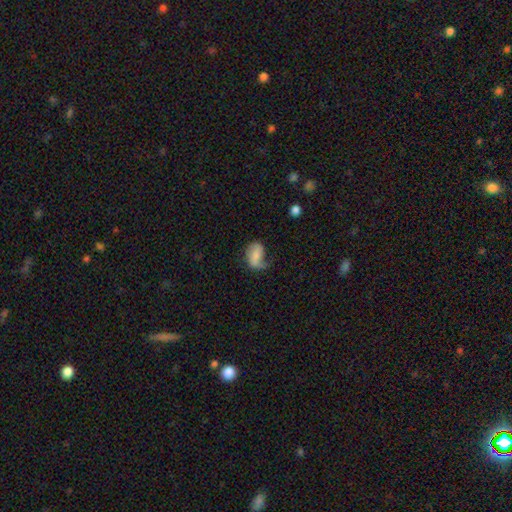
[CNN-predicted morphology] Smooth or featured? smooth (48%)
Merging? none (38%)